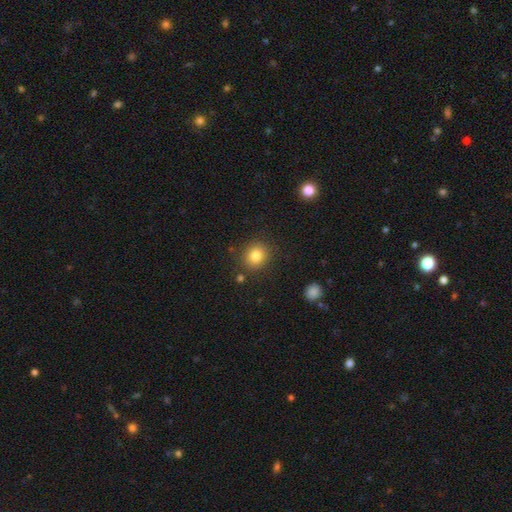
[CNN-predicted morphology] type=smooth (82%); roundness=round (80%); merging=none (86%).